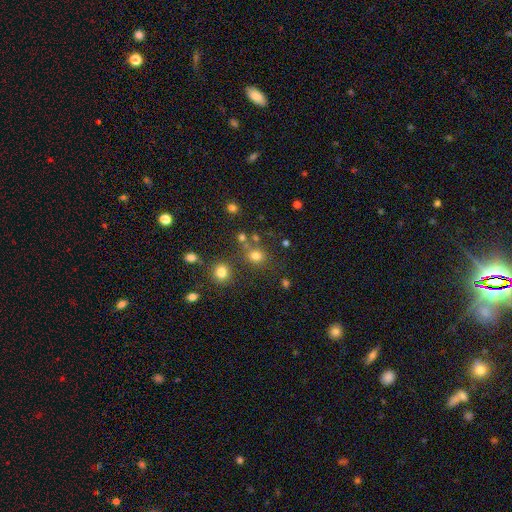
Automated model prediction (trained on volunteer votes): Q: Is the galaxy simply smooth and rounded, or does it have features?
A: smooth — 74%.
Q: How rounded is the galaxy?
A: round — 75%.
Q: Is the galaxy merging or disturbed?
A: none — 69%.